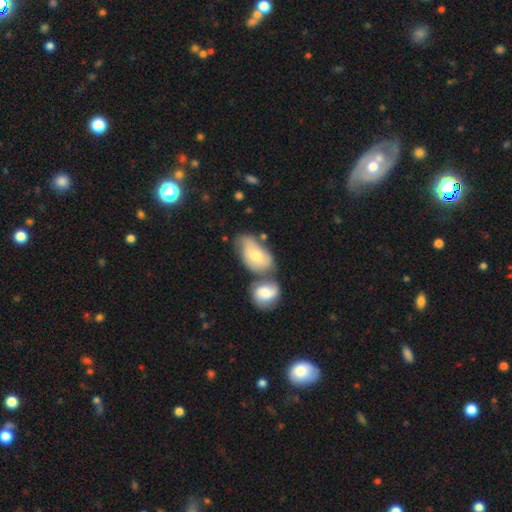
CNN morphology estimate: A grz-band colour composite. It shows a smooth galaxy with no disk features (62%) that is in between round and cigar-shaped (88%). Merging: merger (44%).